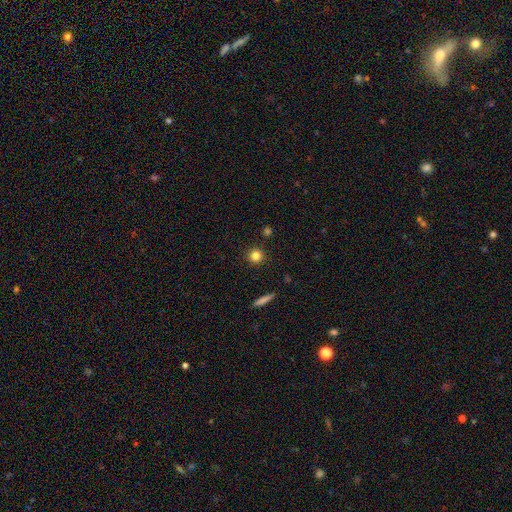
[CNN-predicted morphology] type=smooth (81%); roundness=round (94%); merging=none (91%).